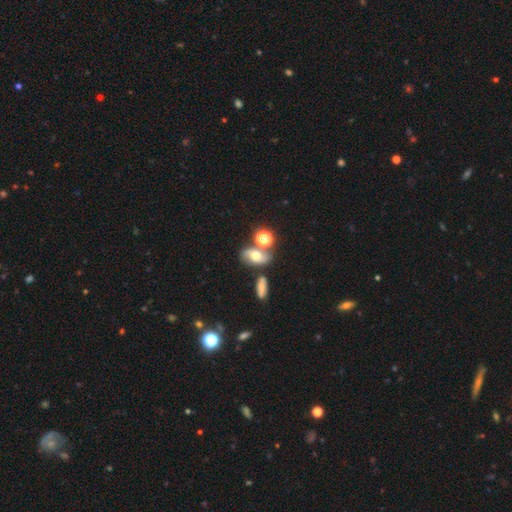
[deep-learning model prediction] Morphology: type=smooth (45%); merging=none (58%).